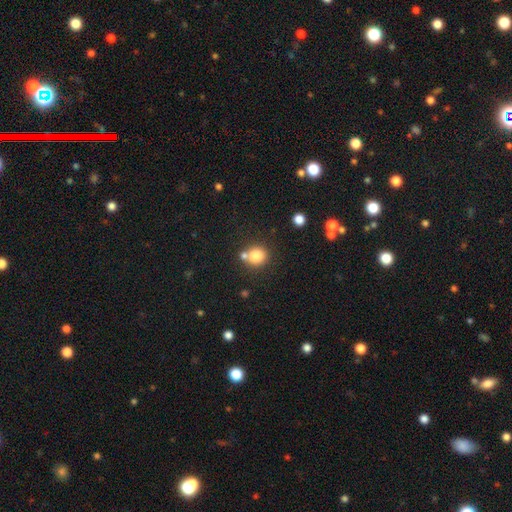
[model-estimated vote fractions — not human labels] Smooth or featured? smooth (82%)
How rounded? round (87%)
Merging? none (65%)